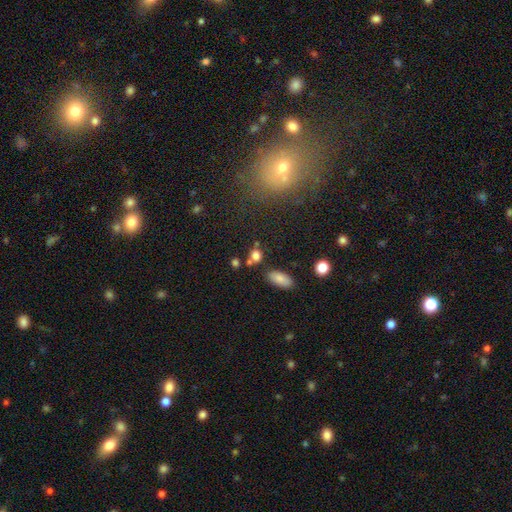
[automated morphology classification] This appears to be a smooth galaxy with no disk features (80%) that is round (55%). Merging: none (62%).